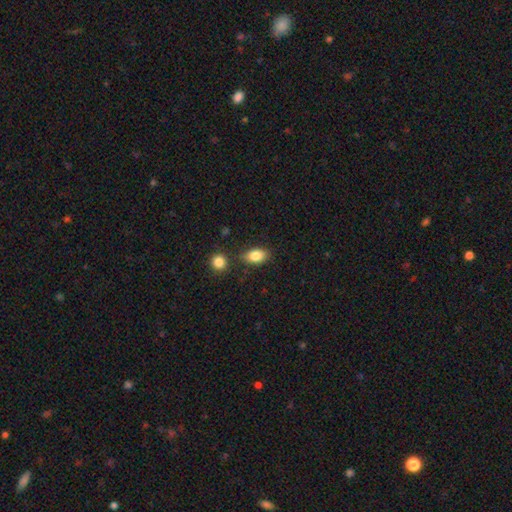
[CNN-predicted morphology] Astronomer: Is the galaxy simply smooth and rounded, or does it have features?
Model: smooth — 85%.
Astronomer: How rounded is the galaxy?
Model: in between — 88%.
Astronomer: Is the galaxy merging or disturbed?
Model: none — 78%.